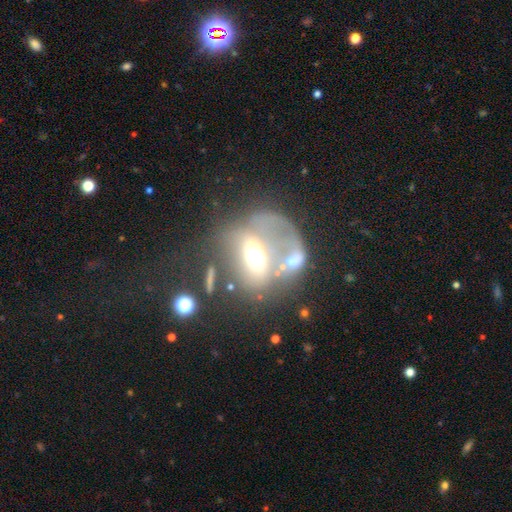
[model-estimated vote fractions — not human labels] A featured or disk galaxy (42%). Merging: merger (35%).